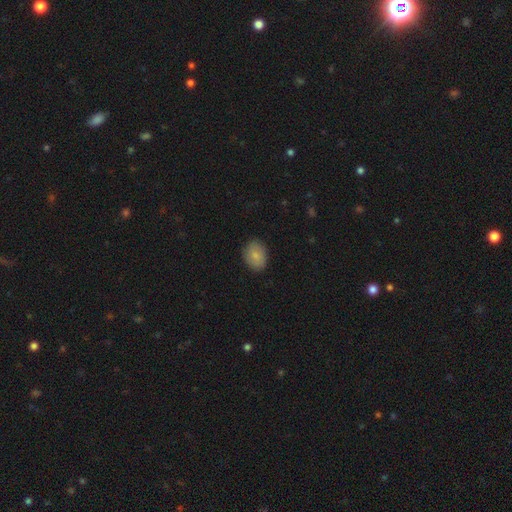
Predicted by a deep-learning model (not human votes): Overall: smooth (83%). How rounded: in between (65%; round 33%). Merging: none (86%).